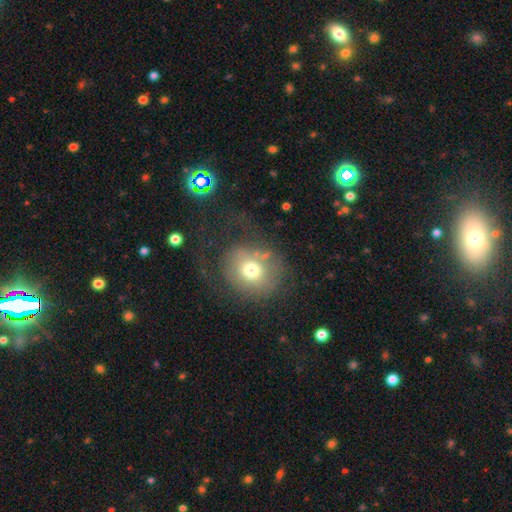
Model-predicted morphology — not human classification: A smooth galaxy with no disk features (60%) that is round (74%).

Vote fractions:
- Smooth or featured? smooth: 60% / featured or disk: 27% / star or artifact: 13%
- How rounded? round: 74% / in between: 25% / cigar-shaped: 1%
- Merging? none: 48% / major disturbance: 29% / minor disturbance: 20% / merger: 4%